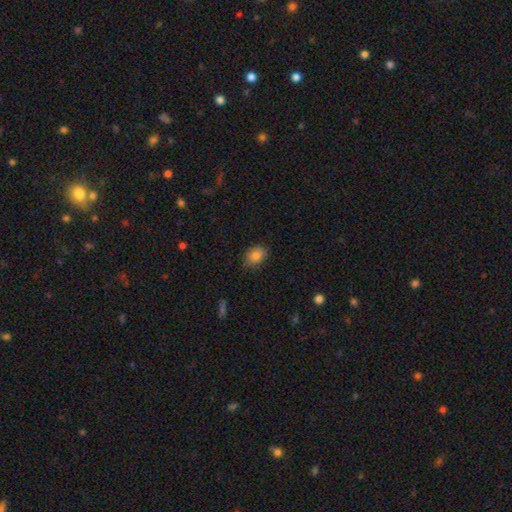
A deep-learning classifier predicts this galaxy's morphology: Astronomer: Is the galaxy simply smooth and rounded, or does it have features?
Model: smooth — 83%.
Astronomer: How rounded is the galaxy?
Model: in between — 72%.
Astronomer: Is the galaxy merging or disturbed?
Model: none — 80%.